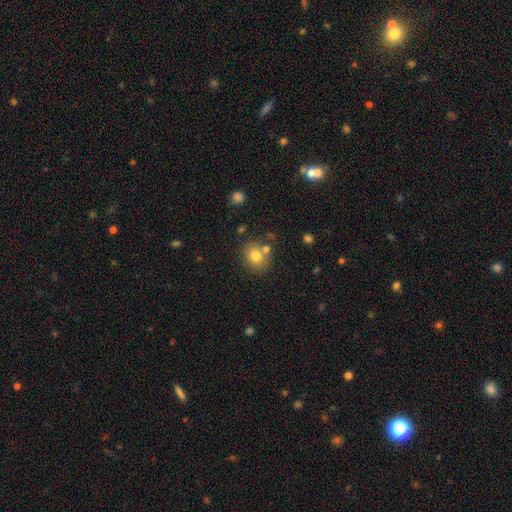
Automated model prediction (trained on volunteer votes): Smooth or featured? smooth (78%)
How rounded? round (69%)
Merging? none (71%)